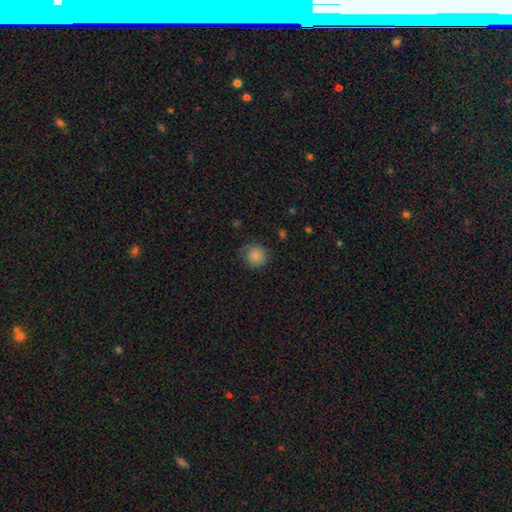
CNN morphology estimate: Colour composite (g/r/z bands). It shows a smooth galaxy with no disk features (85%) that is round (90%). Merging: none (76%).